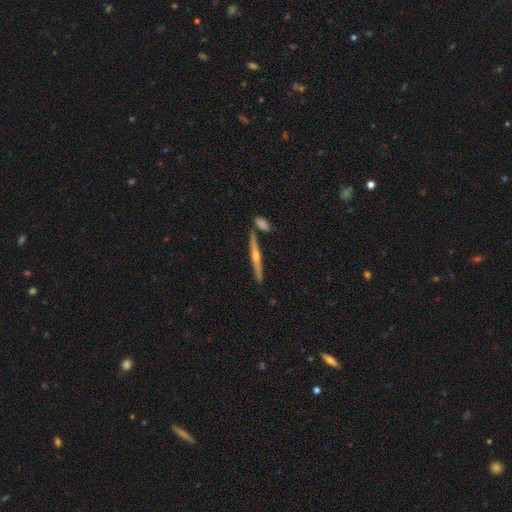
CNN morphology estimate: This is likely a featured or disk galaxy (75%). It is clearly viewed edge-on (95%). Edge-on bulge: clearly rounded (86%). Merging: likely none (79%).